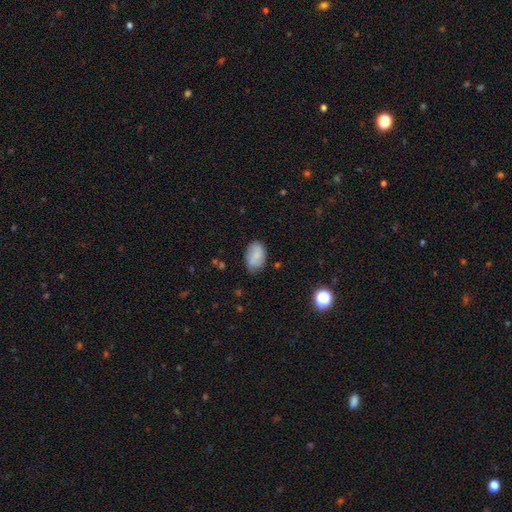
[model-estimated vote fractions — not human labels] Smooth or featured? smooth (79%)
How rounded? in between (90%)
Merging? none (71%)